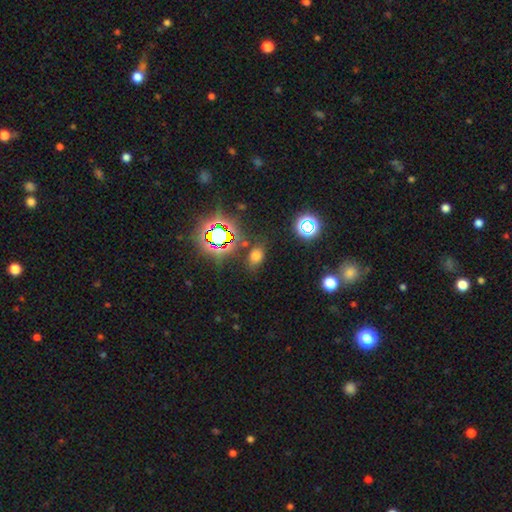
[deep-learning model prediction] Overall: smooth (62%; star or artifact 31%). How rounded: in between (71%). Merging: none (76%).